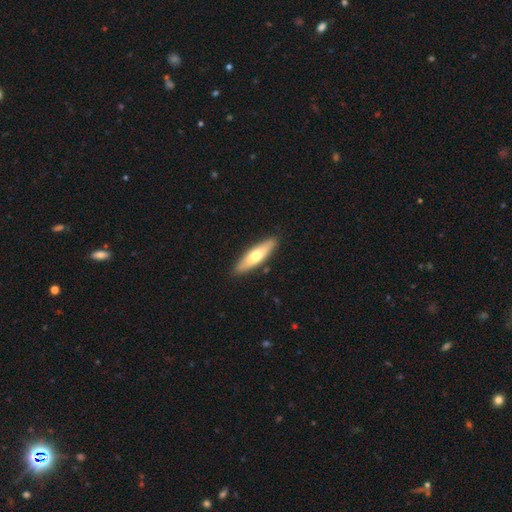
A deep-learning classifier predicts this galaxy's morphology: The model was most divided on "smooth or featured": smooth: 60%, featured or disk: 35%, star or artifact: 5%. More confident: merging — none (88%); how rounded — cigar-shaped (66%).